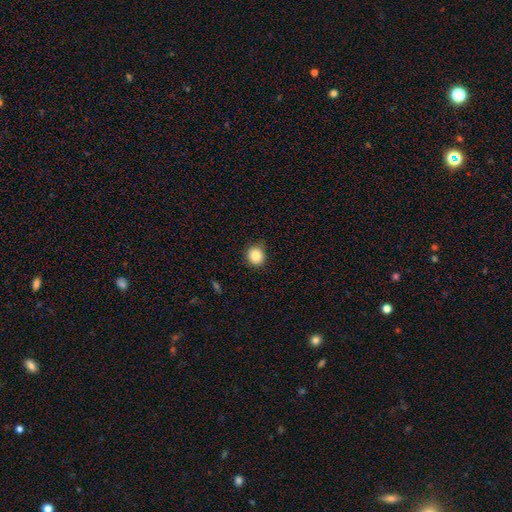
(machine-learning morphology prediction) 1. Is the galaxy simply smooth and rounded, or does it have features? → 86% smooth, 10% star or artifact, 4% featured or disk.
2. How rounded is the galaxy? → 85% round, 14% in between, 1% cigar-shaped.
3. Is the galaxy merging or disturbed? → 84% none, 13% minor disturbance, 2% major disturbance, 1% merger.